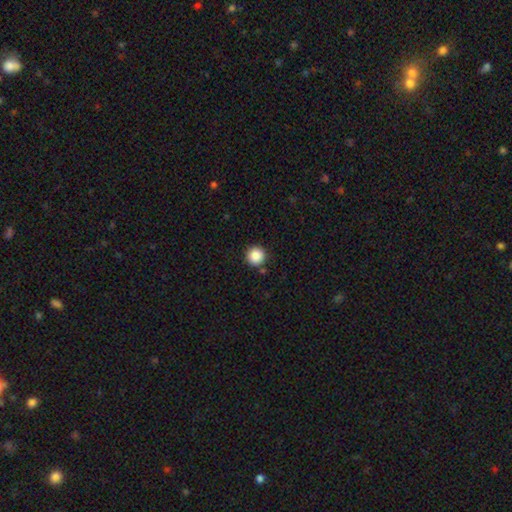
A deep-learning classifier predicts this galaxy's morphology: Smooth or featured?
  - smooth: 87% *
  - star or artifact: 10%
  - featured or disk: 3%
How rounded?
  - round: 96% *
  - in between: 3%
  - cigar-shaped: 1%
Merging?
  - none: 88% *
  - minor disturbance: 7%
  - merger: 3%
  - major disturbance: 2%